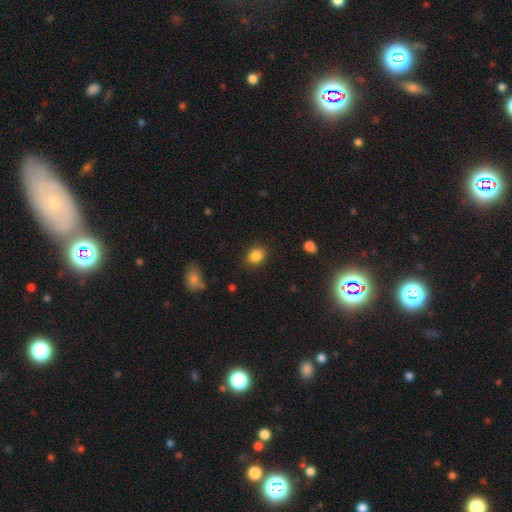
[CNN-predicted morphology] Smooth or featured?
  - smooth: 86% *
  - star or artifact: 10%
  - featured or disk: 4%
How rounded?
  - round: 65% *
  - in between: 34%
  - cigar-shaped: 1%
Merging?
  - none: 87% *
  - minor disturbance: 9%
  - major disturbance: 3%
  - merger: 1%